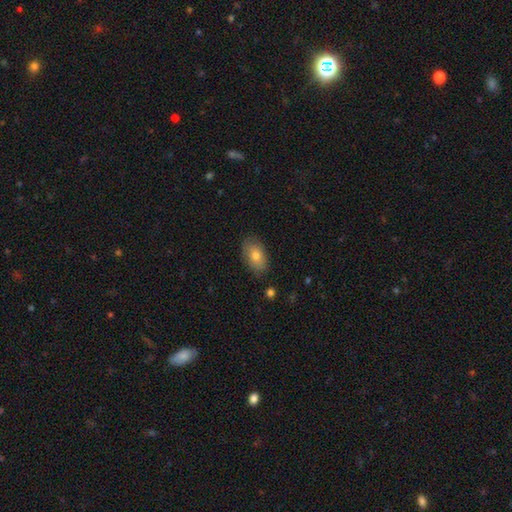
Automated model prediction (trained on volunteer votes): smooth-or-featured: smooth: 76% | featured or disk: 16% | star or artifact: 8%
  how-rounded: in between: 92% | round: 7% | cigar-shaped: 2%
  merging: none: 84% | minor disturbance: 12% | major disturbance: 2% | merger: 1%